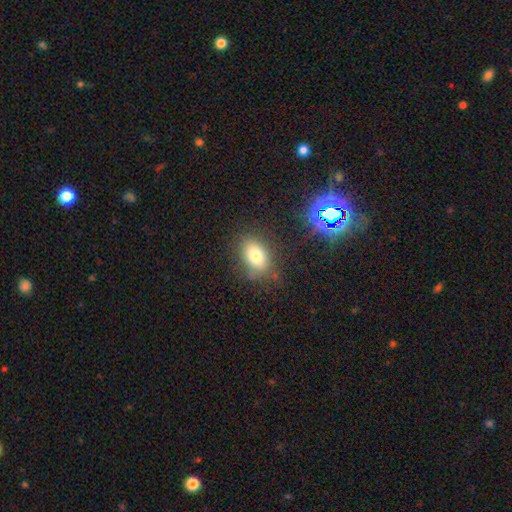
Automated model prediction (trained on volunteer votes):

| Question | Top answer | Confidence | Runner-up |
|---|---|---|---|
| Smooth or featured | smooth | 77% | star or artifact (12%) |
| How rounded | in between | 82% | round (16%) |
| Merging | none | 75% | minor disturbance (16%) |